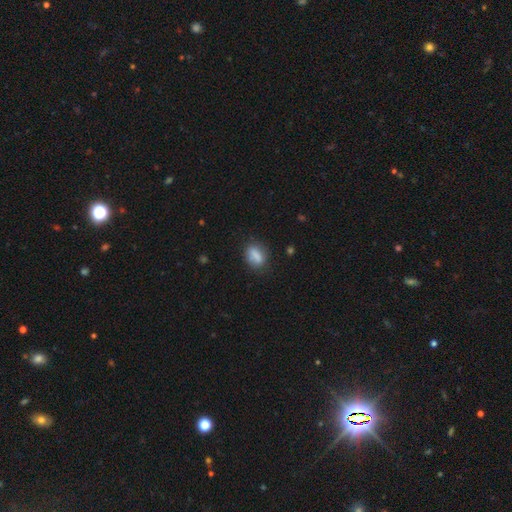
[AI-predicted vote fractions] Overall: smooth (80%). How rounded: in between (69%). Merging: none (74%).